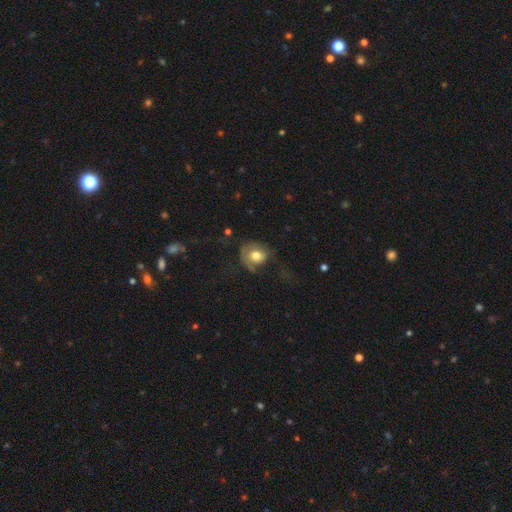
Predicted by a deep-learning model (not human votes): smooth_or_featured: smooth (p=0.68) [alt: featured or disk p=0.24]
how_rounded: round (p=0.68) [alt: in between p=0.31]
merging: major disturbance (p=0.36) [tied with: none p=0.36]